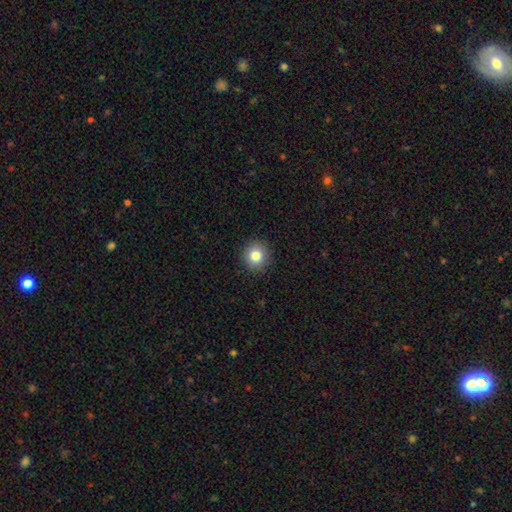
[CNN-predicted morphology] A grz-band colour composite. It shows a smooth galaxy with no disk features (82%) that is round (91%). Merging: none (91%).